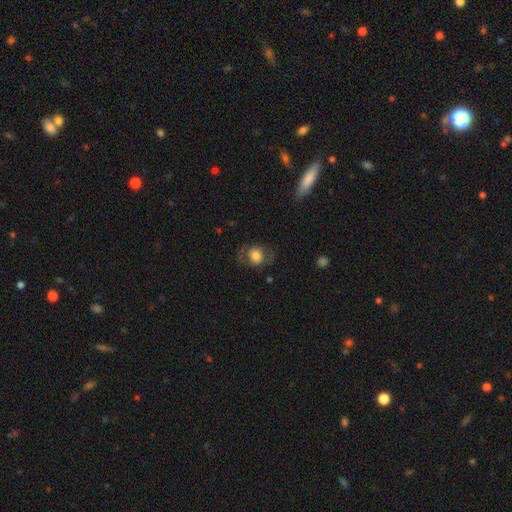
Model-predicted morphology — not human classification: A smooth galaxy with no disk features (70%) that is round (67%). Merging: none (68%).